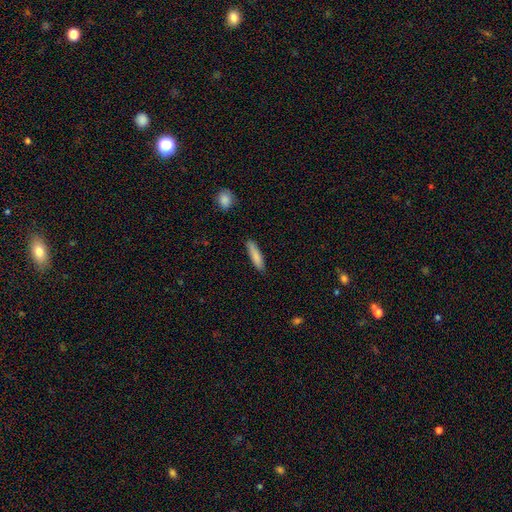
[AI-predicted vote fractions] This appears to be a smooth galaxy with no disk features (83%) that is cigar-shaped (80%). Merging: none (86%).